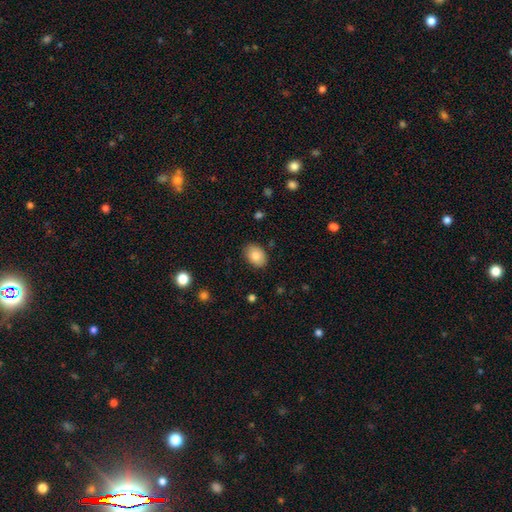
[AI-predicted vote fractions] Smooth or featured: smooth — 83% (featured or disk — 10%)
How rounded: in between — 77% (round — 22%)
Merging: none — 86% (minor disturbance — 11%)